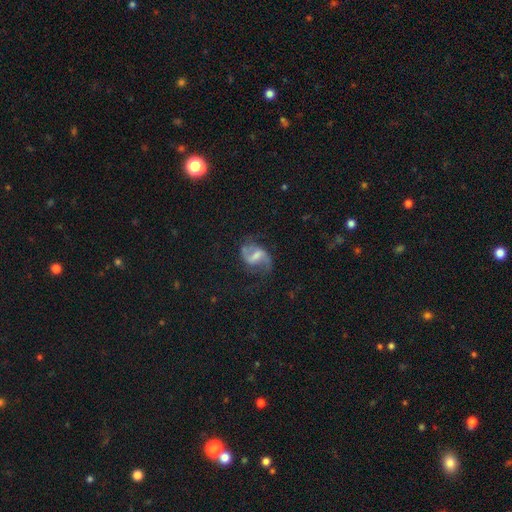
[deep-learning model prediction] Morphology: type=featured or disk (78%); edge-on=no (97%); bar=weak (50%); spiral arms=yes (91%); winding=loose (52%); arm count=2 (88%); bulge=moderate (34%); merging=none (60%).